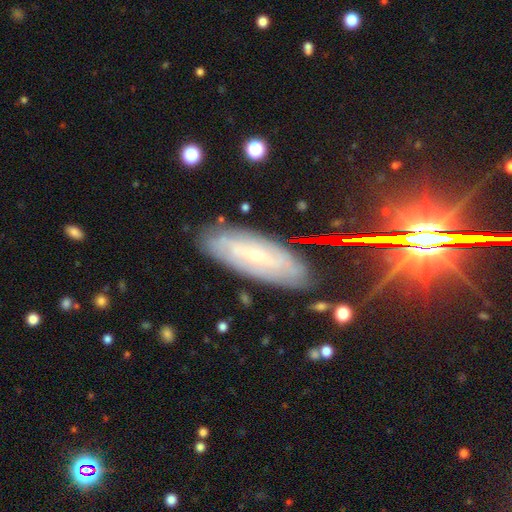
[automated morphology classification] The model was most divided on "bar": no: 54%, weak: 32%, strong: 14%. More confident: merging — none (83%); edge-on disk — no (80%); bulge size — small (78%); spiral arms — yes (74%); smooth or featured — featured or disk (67%).